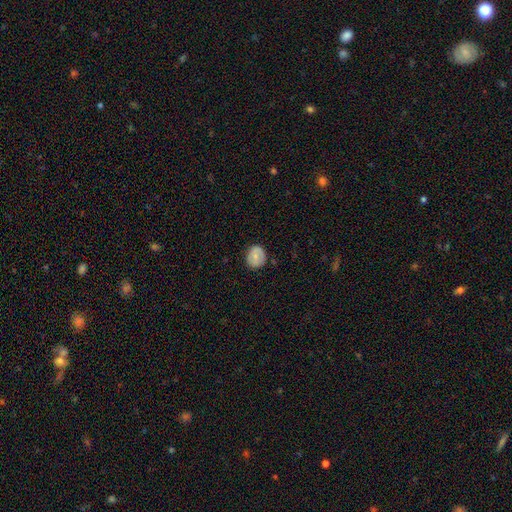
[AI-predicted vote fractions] The model was most divided on "smooth or featured": smooth: 63%, featured or disk: 30%, star or artifact: 7%. More confident: merging — none (83%); how rounded — round (79%).